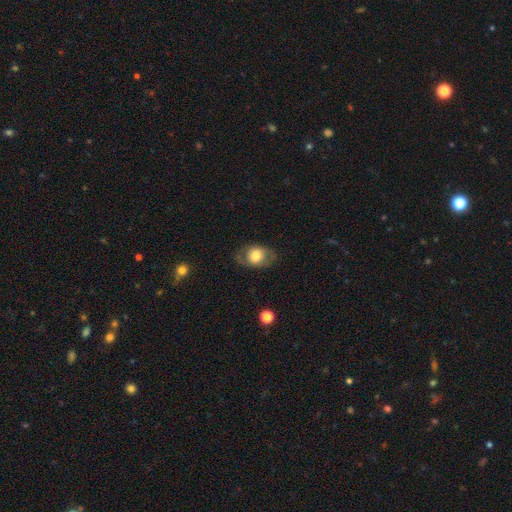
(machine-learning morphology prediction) Smooth or featured?
  - smooth: 65% *
  - featured or disk: 27%
  - star or artifact: 7%
How rounded?
  - in between: 60% *
  - round: 39%
  - cigar-shaped: 1%
Merging?
  - none: 70% *
  - minor disturbance: 19%
  - major disturbance: 10%
  - merger: 1%